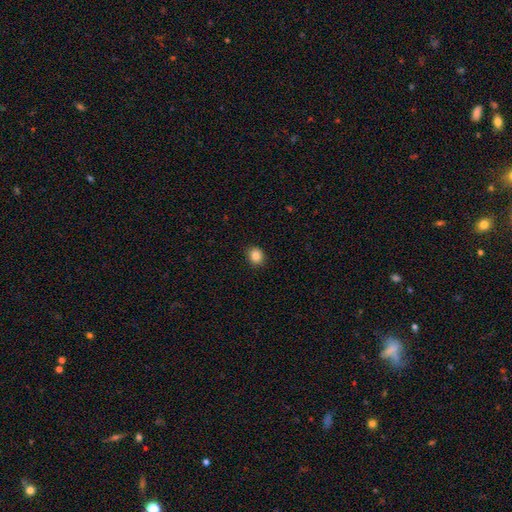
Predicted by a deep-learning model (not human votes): smooth_or_featured: smooth (p=0.85) [alt: star or artifact p=0.10]
how_rounded: round (p=0.72) [alt: in between p=0.28]
merging: none (p=0.91) [alt: minor disturbance p=0.07]